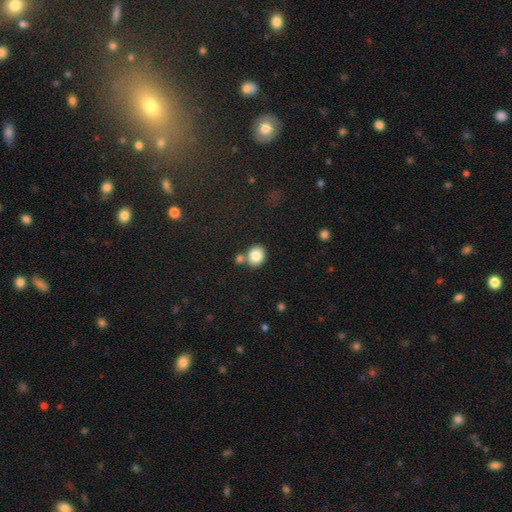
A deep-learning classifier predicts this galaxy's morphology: Smooth or featured? smooth (83%)
How rounded? round (68%)
Merging? none (66%)